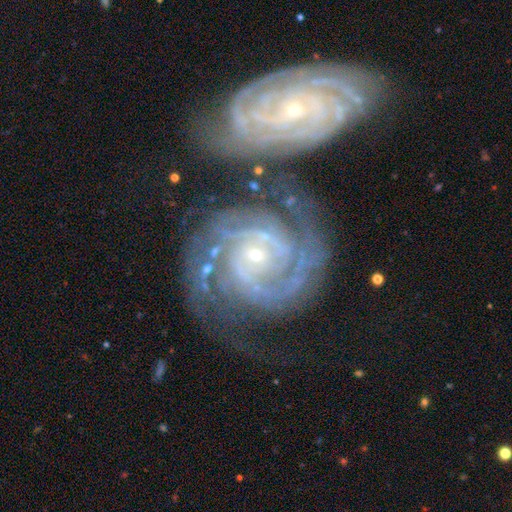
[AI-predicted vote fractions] This is clearly a featured or disk galaxy (92%). It is clearly not viewed edge-on (98%). Bar: likely no (63%). Spiral arm pattern: clearly yes (98%). Spiral arm count: marginally 2 (41%). Spiral winding: likely tight (72%). Central bulge: likely small (78%). Merging: marginally none (38%).